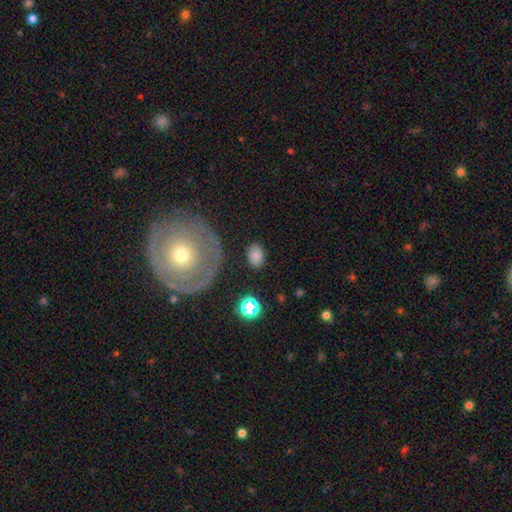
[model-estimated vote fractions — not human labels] This is clearly a smooth galaxy (81%). How rounded: clearly in between (81%). Merging: clearly none (82%).